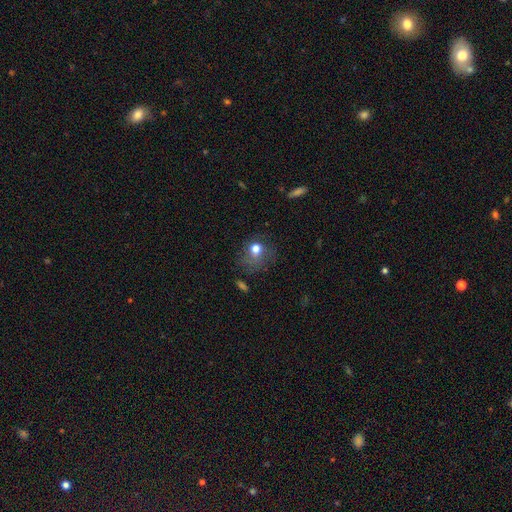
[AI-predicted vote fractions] Overall: smooth (60%; star or artifact 21%). How rounded: round (77%). Merging: none (59%; minor disturbance 21%).